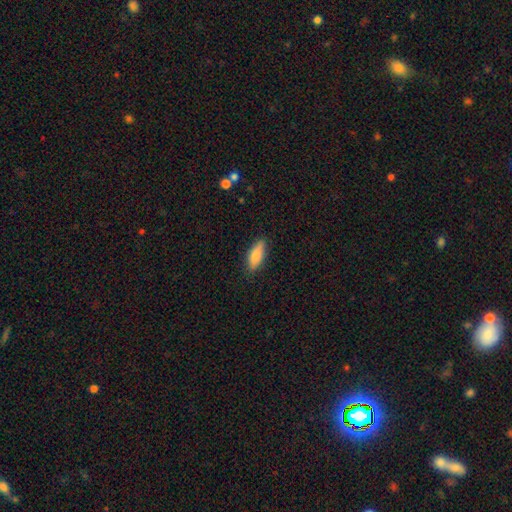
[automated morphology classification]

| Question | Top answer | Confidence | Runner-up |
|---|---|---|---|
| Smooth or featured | smooth | 76% | featured or disk (17%) |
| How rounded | in between | 64% | cigar-shaped (34%) |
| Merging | none | 85% | minor disturbance (12%) |